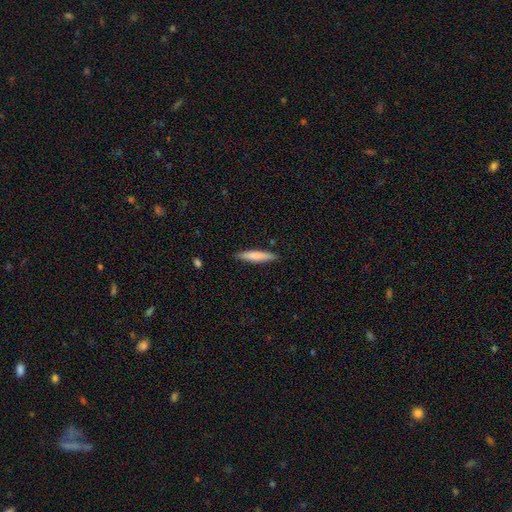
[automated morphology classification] The model was most divided on "smooth or featured": smooth: 79%, featured or disk: 16%, star or artifact: 5%. More confident: how rounded — cigar-shaped (89%); merging — none (88%).